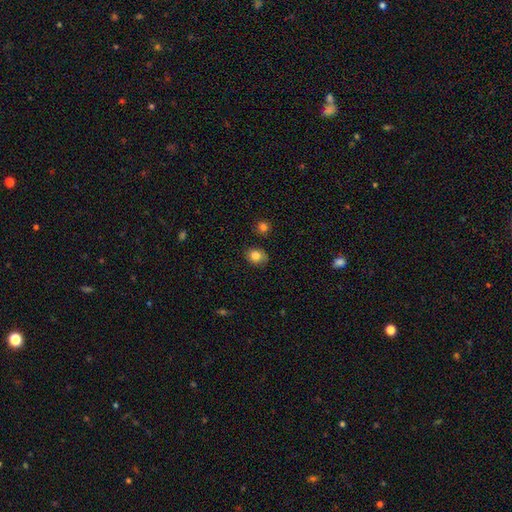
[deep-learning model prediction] smooth-or-featured: smooth: 82% | star or artifact: 10% | featured or disk: 8%
  how-rounded: in between: 50% | round: 49% | cigar-shaped: 1%
  merging: none: 78% | minor disturbance: 16% | major disturbance: 3% | merger: 2%